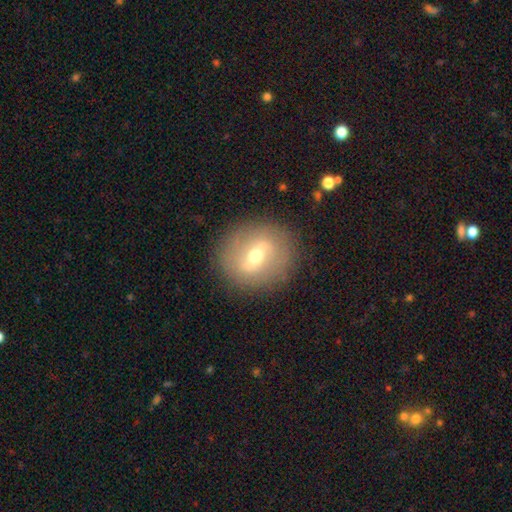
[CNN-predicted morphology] This appears to be a featured or disk galaxy (65%) with a strong bar (54%), no spiral arms (70%) and a moderate central bulge (67%). Merging: none (86%).